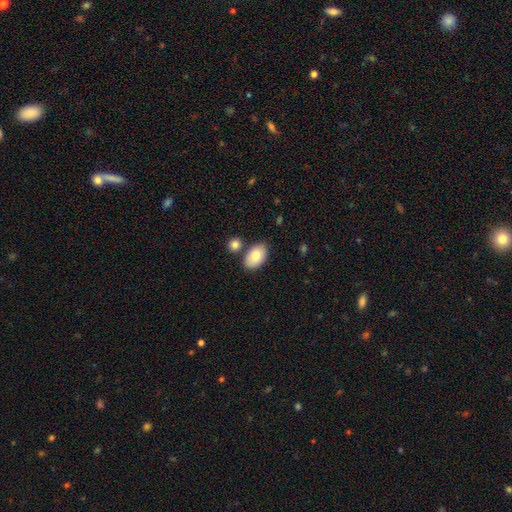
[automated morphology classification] A smooth galaxy with no disk features (79%) that is in between round and cigar-shaped (92%).

Vote fractions:
- Smooth or featured? smooth: 79% / featured or disk: 15% / star or artifact: 7%
- How rounded? in between: 92% / round: 7% / cigar-shaped: 1%
- Merging? none: 75% / minor disturbance: 12% / merger: 11% / major disturbance: 3%